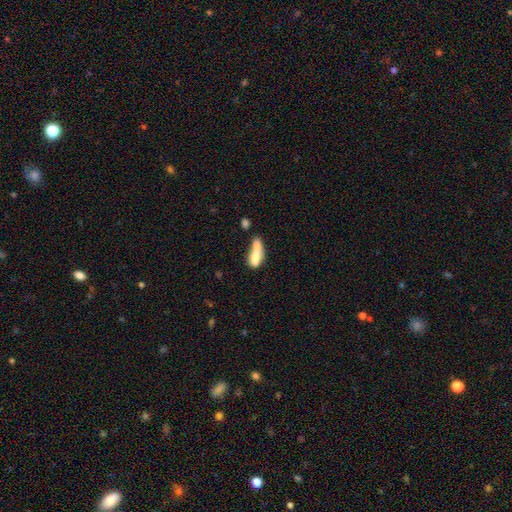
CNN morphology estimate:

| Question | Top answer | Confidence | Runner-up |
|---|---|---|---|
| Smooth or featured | smooth | 69% | featured or disk (22%) |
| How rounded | in between | 55% | cigar-shaped (42%) |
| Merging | merger | 48% | none (23%) |